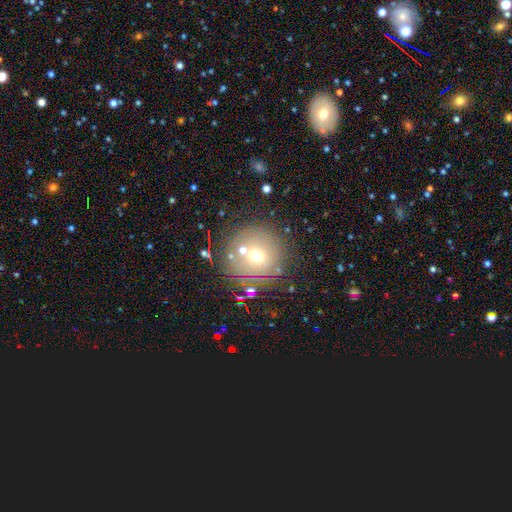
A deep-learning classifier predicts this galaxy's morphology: Smooth or featured? Predicted: smooth (p=0.58). How rounded? Predicted: round (p=0.91). Merging? Predicted: none (p=0.76).